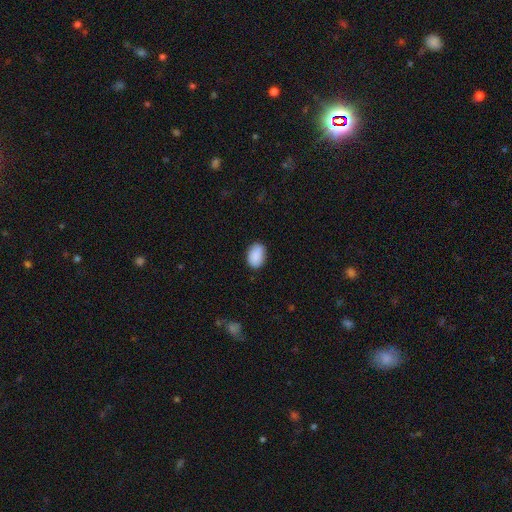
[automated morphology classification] Q: Smooth or featured?
A: smooth (90%); runner-up: star or artifact (7%)
Q: How rounded?
A: in between (88%); runner-up: round (11%)
Q: Merging?
A: none (84%); runner-up: minor disturbance (13%)